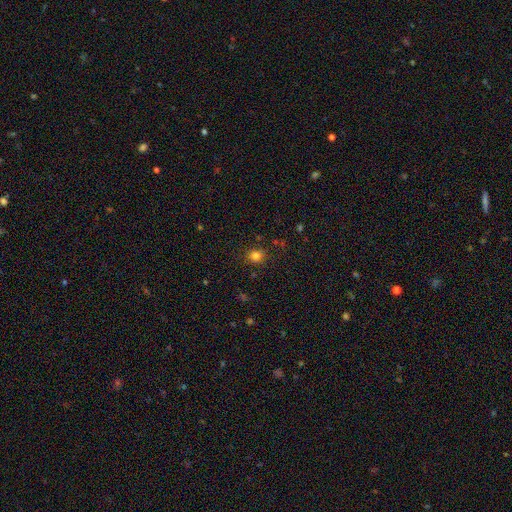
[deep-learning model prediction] smooth 81%, star or artifact 14%, featured or disk 5%. Down the decision tree: how rounded — round (78%); merging — none (87%).